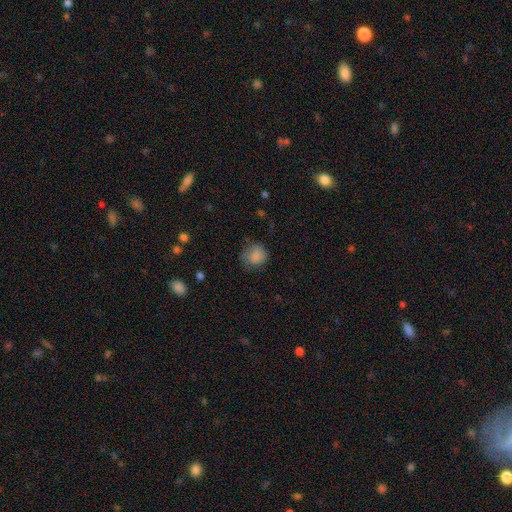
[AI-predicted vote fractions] smooth_or_featured: smooth (p=0.84) [alt: star or artifact p=0.09]
how_rounded: round (p=0.78) [alt: in between p=0.21]
merging: none (p=0.67) [alt: minor disturbance p=0.23]